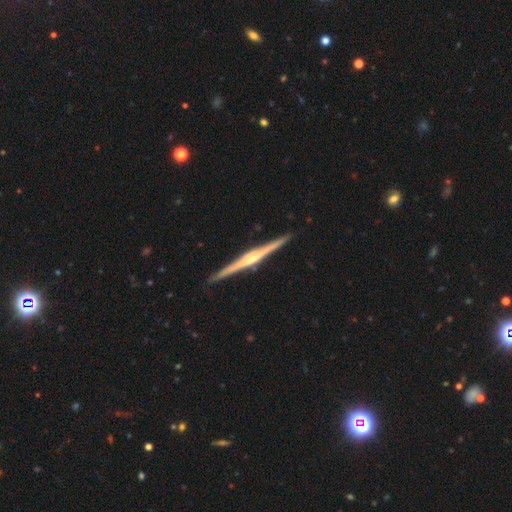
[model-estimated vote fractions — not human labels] Overall: featured or disk (85%). Edge-on disk: yes (99%). Edge-on bulge: rounded (70%). Merging: none (92%).